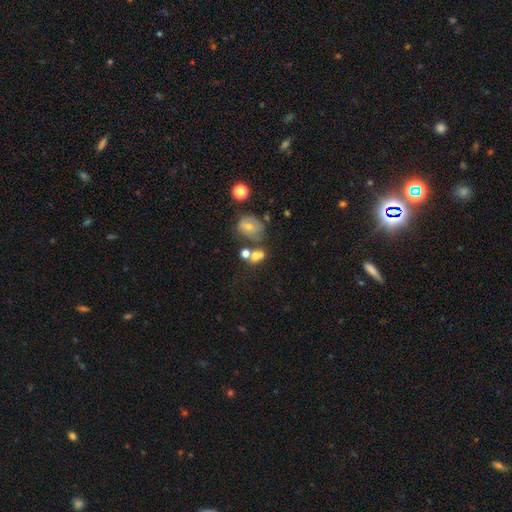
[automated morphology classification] This appears to be a smooth galaxy with no disk features (65%) that is in between round and cigar-shaped (50%). Merging: merger (38%).